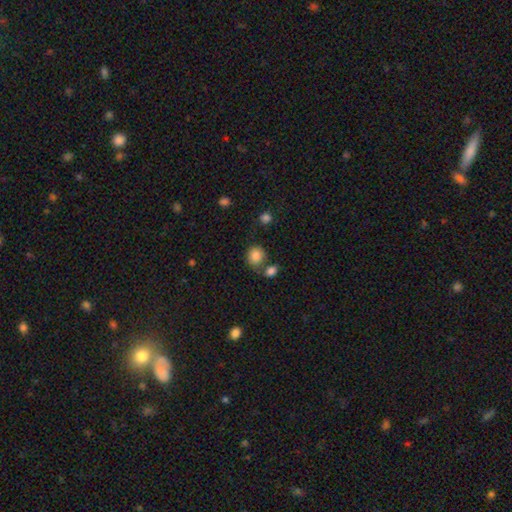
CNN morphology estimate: This is clearly a smooth galaxy (85%). How rounded: likely round (75%). Merging: likely none (61%).